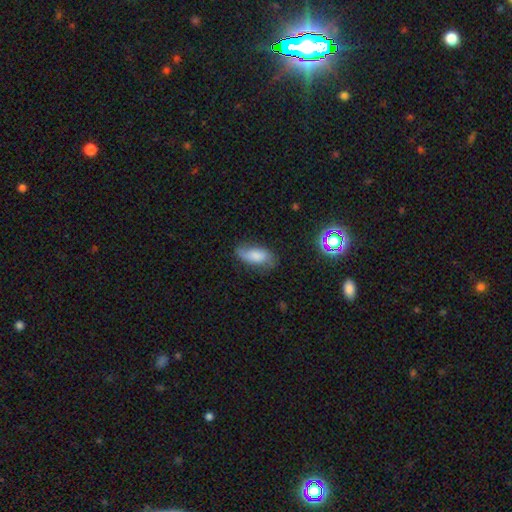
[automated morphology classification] Smooth or featured: smooth — 62% (featured or disk — 28%)
How rounded: in between — 86% (cigar-shaped — 10%)
Merging: none — 57% (minor disturbance — 30%)